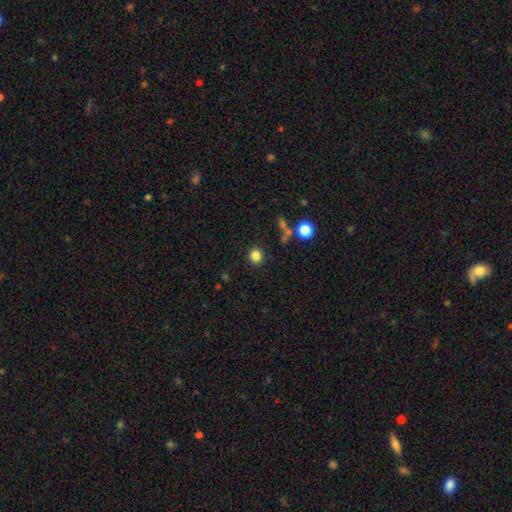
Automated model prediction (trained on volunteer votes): smooth 83%, star or artifact 12%, featured or disk 5%. Down the decision tree: how rounded — round (89%); merging — none (88%).